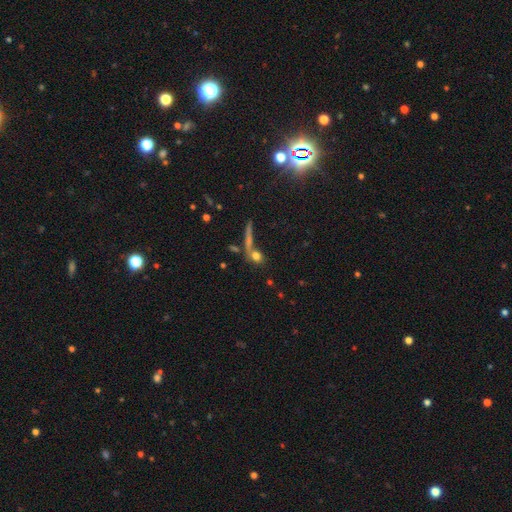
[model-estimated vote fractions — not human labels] Overall: smooth (71%). How rounded: round (60%; in between 24%). Merging: none (60%; merger 22%).